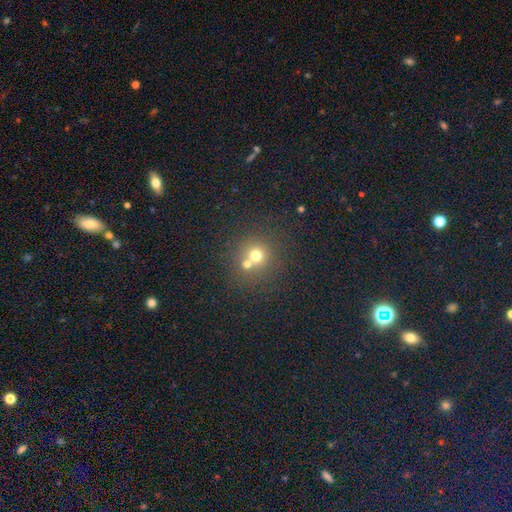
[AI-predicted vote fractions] This appears to be a smooth galaxy with no disk features (67%) that is round (90%). Merging: none (54%).